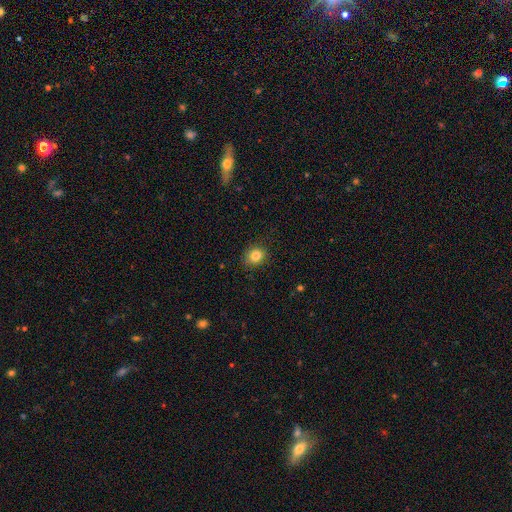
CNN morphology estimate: smooth-or-featured: smooth: 82% | star or artifact: 11% | featured or disk: 6%
  how-rounded: round: 74% | in between: 25% | cigar-shaped: 1%
  merging: none: 86% | minor disturbance: 10% | major disturbance: 2% | merger: 1%